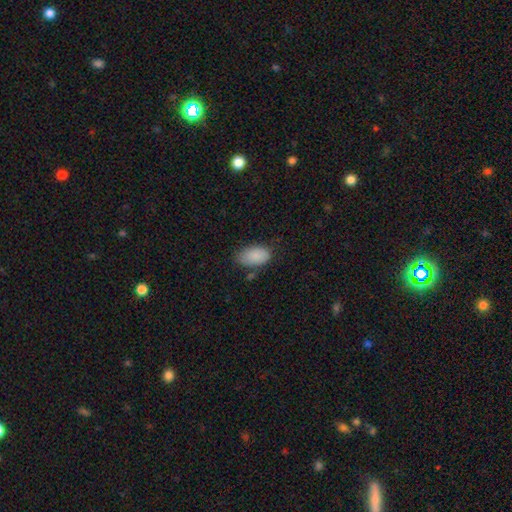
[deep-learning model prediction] Smooth or featured? smooth (87%)
How rounded? in between (94%)
Merging? none (63%)